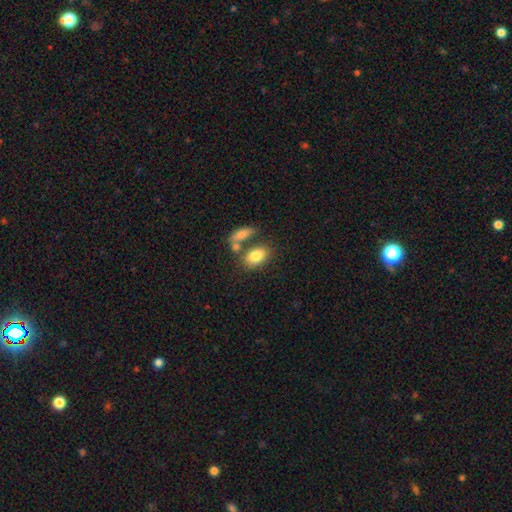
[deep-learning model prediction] Q: Smooth or featured?
A: smooth (80%); runner-up: featured or disk (13%)
Q: How rounded?
A: in between (87%); runner-up: round (11%)
Q: Merging?
A: none (52%); runner-up: merger (29%)